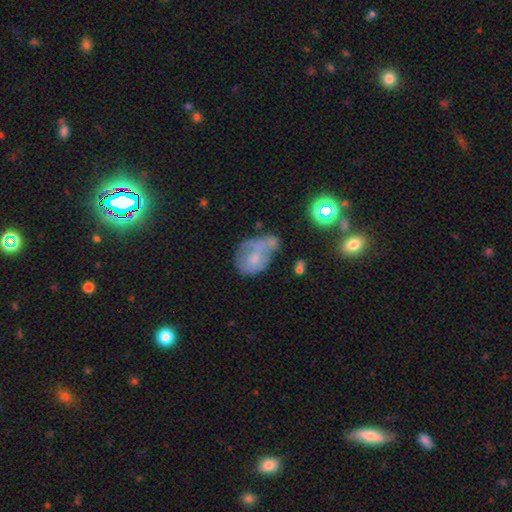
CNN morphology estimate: smooth-or-featured: smooth: 43% (tied) | featured or disk: 43% (tied) | star or artifact: 14%
  merging: major disturbance: 29% | minor disturbance: 28% | none: 25% | merger: 17%